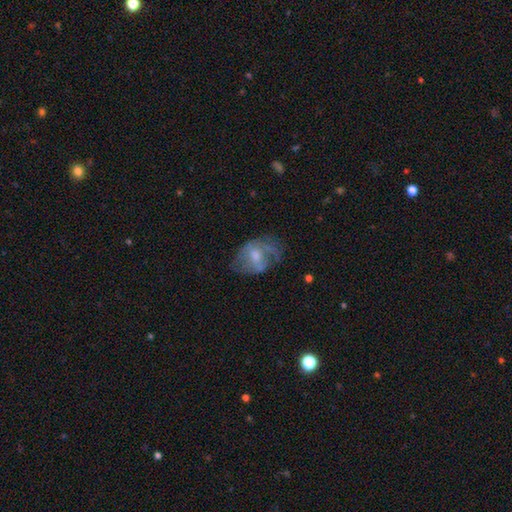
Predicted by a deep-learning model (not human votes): Overall: featured or disk (60%; smooth 29%). Edge-on disk: no (96%). Bar: no (56%; weak 36%). Spiral arms: yes (60%; no 40%). Bulge size: moderate (54%; small 31%). Merging: none (52%; minor disturbance 25%).